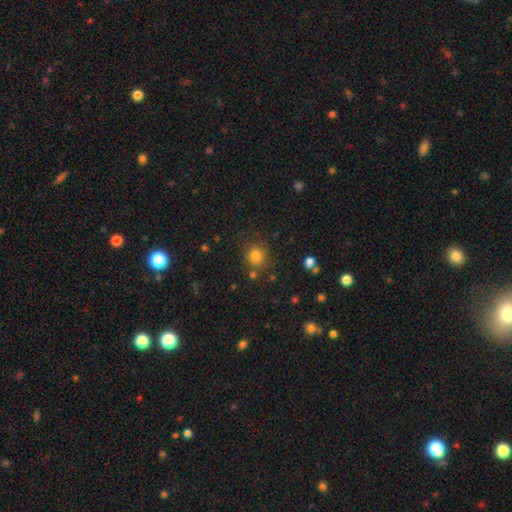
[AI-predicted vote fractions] Smooth or featured?
  - smooth: 80% *
  - star or artifact: 14%
  - featured or disk: 6%
How rounded?
  - round: 81% *
  - in between: 18%
  - cigar-shaped: 1%
Merging?
  - none: 77% *
  - minor disturbance: 12%
  - merger: 7%
  - major disturbance: 5%